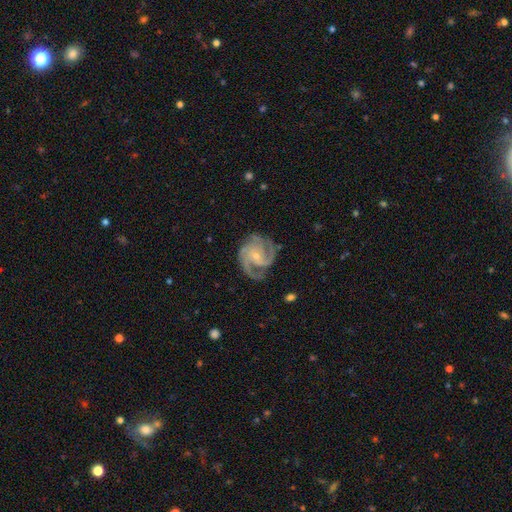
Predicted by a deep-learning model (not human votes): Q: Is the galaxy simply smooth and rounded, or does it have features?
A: featured or disk — 91%.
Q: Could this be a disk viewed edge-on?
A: no — 98%.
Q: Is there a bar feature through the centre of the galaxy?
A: no — 59%.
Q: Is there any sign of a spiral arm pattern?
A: yes — 98%.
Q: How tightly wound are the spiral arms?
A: medium — 48%.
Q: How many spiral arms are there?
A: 3 — 42%.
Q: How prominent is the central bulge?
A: small — 76%.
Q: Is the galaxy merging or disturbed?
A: none — 73%.